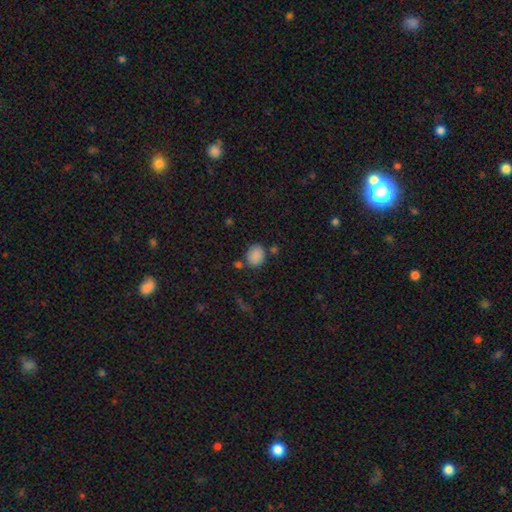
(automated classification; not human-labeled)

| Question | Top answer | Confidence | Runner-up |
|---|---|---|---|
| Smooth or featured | smooth | 86% | star or artifact (9%) |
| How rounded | in between | 52% | round (47%) |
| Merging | none | 72% | minor disturbance (15%) |